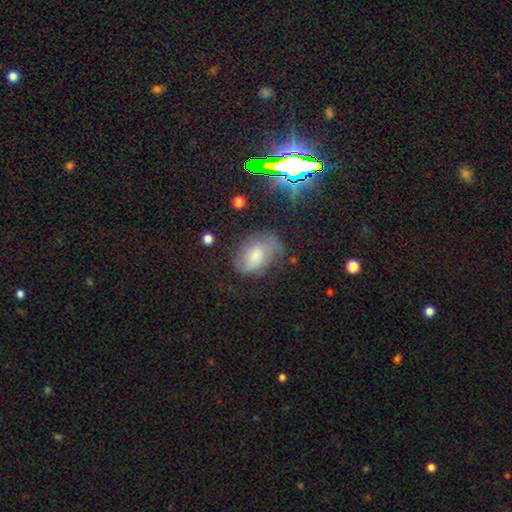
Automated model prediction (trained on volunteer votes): Smooth or featured? Predicted: smooth (p=0.44, tied with featured or disk). Merging? Predicted: none (p=0.46).